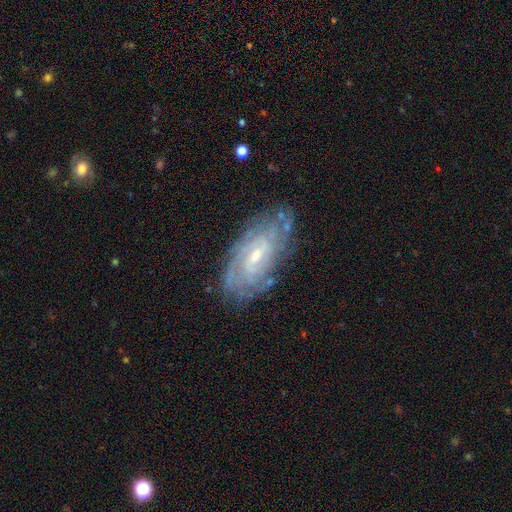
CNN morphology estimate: The model was most divided on "bar": weak: 52%, no: 34%, strong: 15%. Remaining: spiral arms — yes (94%); edge-on disk — no (94%); smooth or featured — featured or disk (84%); merging — none (74%); spiral winding — tight (73%); bulge size — small (59%); spiral arm count — can't tell (46%).